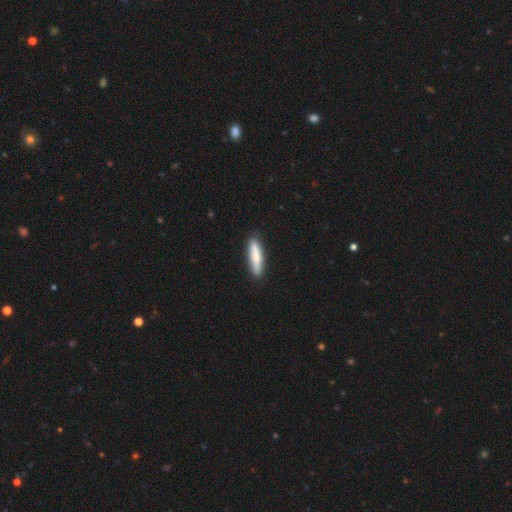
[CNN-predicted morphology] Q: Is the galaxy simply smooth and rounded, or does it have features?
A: smooth — 79%.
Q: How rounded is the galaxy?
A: cigar-shaped — 82%.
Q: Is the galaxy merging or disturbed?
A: none — 87%.